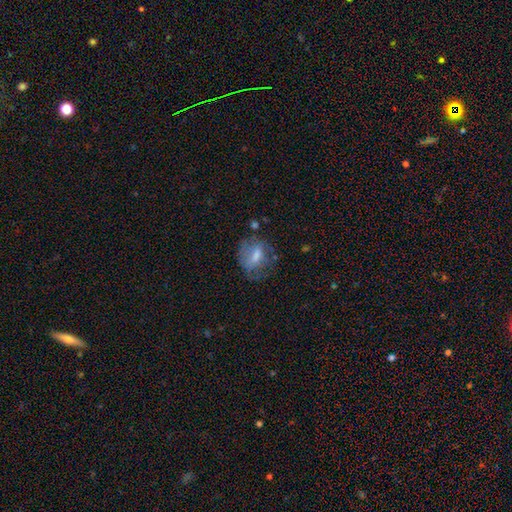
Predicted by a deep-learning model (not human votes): smooth_or_featured: smooth (p=0.57) [alt: featured or disk p=0.33]
how_rounded: in between (p=0.54) [alt: round p=0.43]
merging: none (p=0.48) [alt: minor disturbance p=0.26]